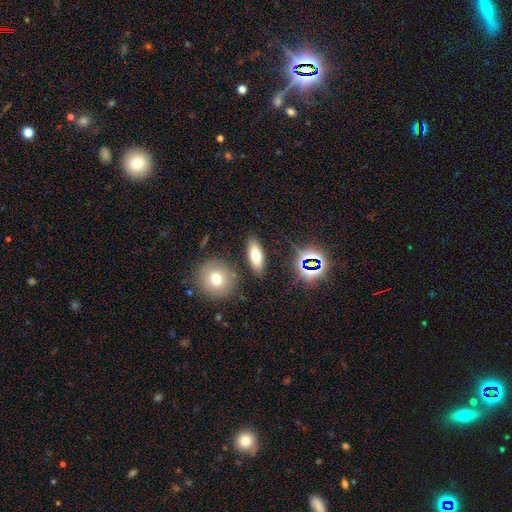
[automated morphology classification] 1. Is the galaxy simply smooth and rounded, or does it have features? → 68% smooth, 18% featured or disk, 14% star or artifact.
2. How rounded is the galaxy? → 71% in between, 24% cigar-shaped, 5% round.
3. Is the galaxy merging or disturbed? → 84% none, 9% minor disturbance, 4% merger, 3% major disturbance.